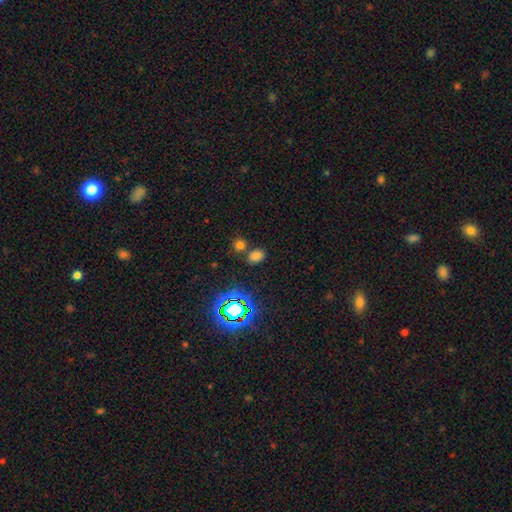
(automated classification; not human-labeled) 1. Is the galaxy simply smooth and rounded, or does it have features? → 68% smooth, 26% star or artifact, 6% featured or disk.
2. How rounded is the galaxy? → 62% in between, 36% round, 1% cigar-shaped.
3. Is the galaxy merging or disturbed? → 71% none, 16% merger, 10% minor disturbance, 4% major disturbance.